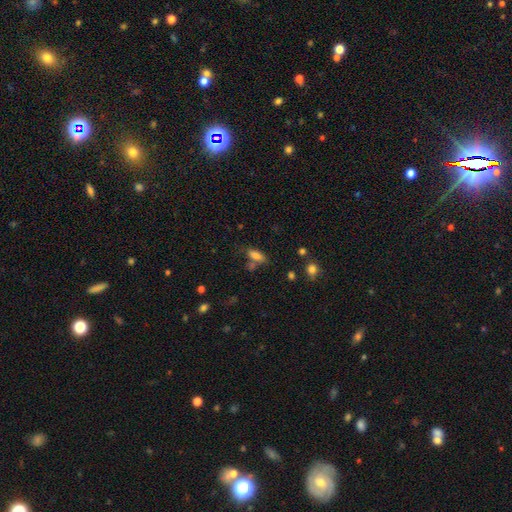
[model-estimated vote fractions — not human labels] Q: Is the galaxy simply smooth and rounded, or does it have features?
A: smooth — 79%.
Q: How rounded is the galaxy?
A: in between — 81%.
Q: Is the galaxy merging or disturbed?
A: none — 54%.